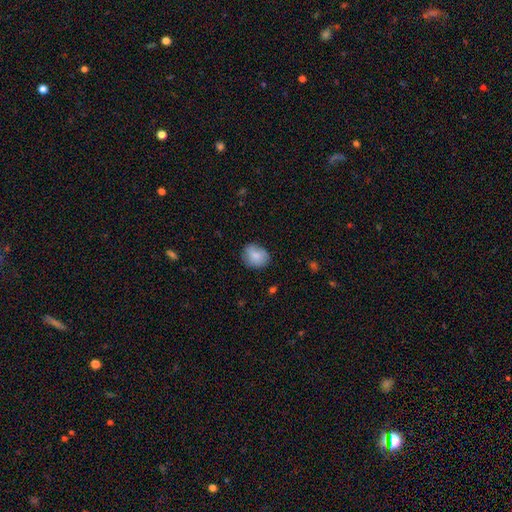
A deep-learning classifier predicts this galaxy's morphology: This is clearly a smooth galaxy (81%). How rounded: possibly round (58%). Merging: likely none (73%).